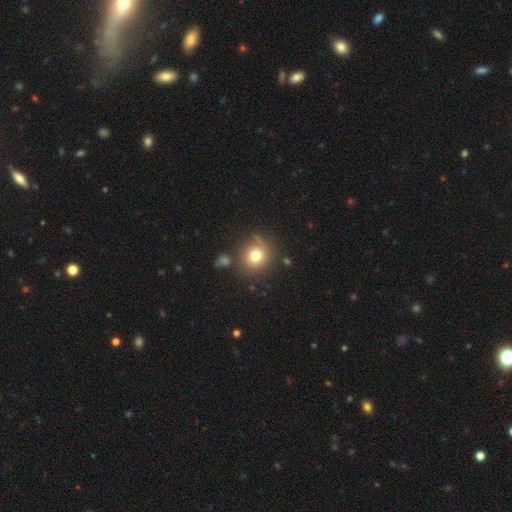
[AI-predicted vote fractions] Smooth or featured? Predicted: smooth (p=0.76). How rounded? Predicted: round (p=0.87). Merging? Predicted: none (p=0.73).